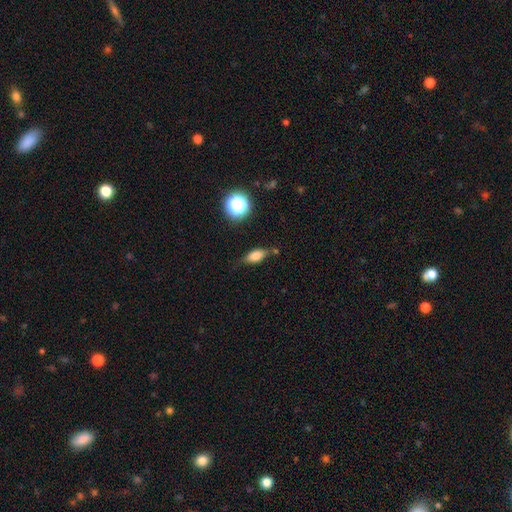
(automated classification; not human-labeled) A smooth galaxy with no disk features (73%) that is in between round and cigar-shaped (74%).

Vote fractions:
- Smooth or featured? smooth: 73% / featured or disk: 16% / star or artifact: 11%
- How rounded? in between: 74% / cigar-shaped: 17% / round: 9%
- Merging? none: 70% / minor disturbance: 20% / major disturbance: 5% / merger: 4%